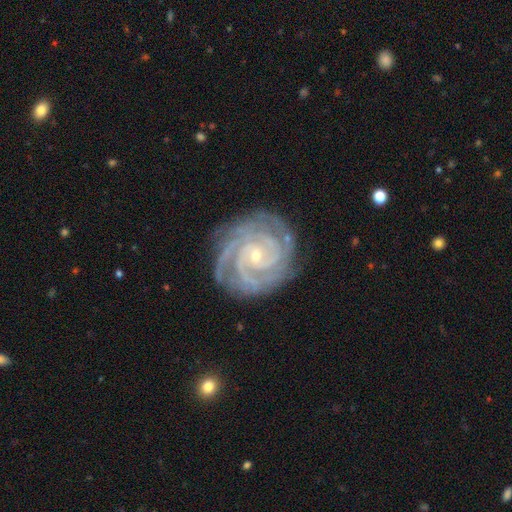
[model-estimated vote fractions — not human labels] Smooth or featured?
  - featured or disk: 92% *
  - star or artifact: 5%
  - smooth: 3%
Edge-on disk?
  - no: 98% *
  - yes: 2%
Bar?
  - no: 65% *
  - weak: 25%
  - strong: 11%
Spiral arms?
  - yes: 99% *
  - no: 1%
Spiral winding?
  - tight: 80% *
  - medium: 19%
  - loose: 2%
Spiral arm count?
  - 3: 35% *
  - 4: 23%
  - 2: 17%
  - can't tell: 11%
  - more than 4: 8%
  - 1: 7%
Bulge size?
  - small: 81% *
  - moderate: 16%
  - none: 1%
  - large: 1%
  - dominant: 1%
Merging?
  - none: 80% *
  - minor disturbance: 14%
  - major disturbance: 4%
  - merger: 1%